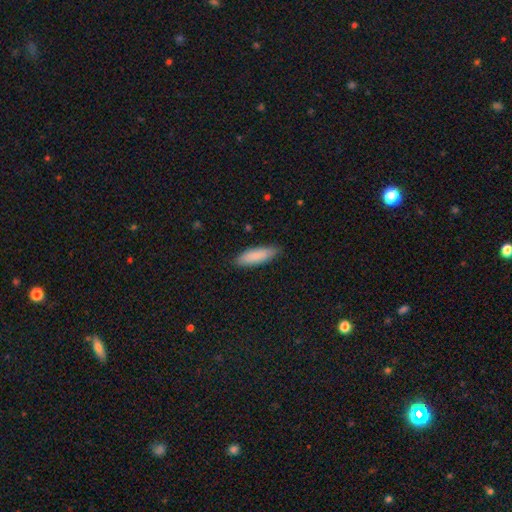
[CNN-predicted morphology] This appears to be a smooth galaxy with no disk features (86%) that is in between round and cigar-shaped (50%). Merging: none (85%).